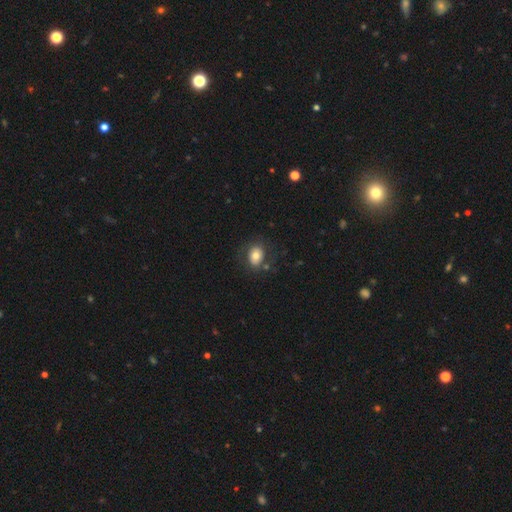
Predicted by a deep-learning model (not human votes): A smooth galaxy with no disk features (74%) that is in between round and cigar-shaped (64%). Merging: none (73%).